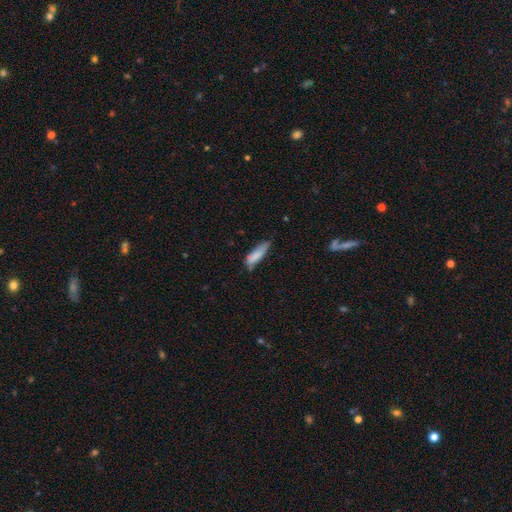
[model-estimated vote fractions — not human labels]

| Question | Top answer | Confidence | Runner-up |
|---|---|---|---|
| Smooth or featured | smooth | 82% | featured or disk (11%) |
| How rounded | cigar-shaped | 59% | in between (39%) |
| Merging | none | 54% | minor disturbance (35%) |